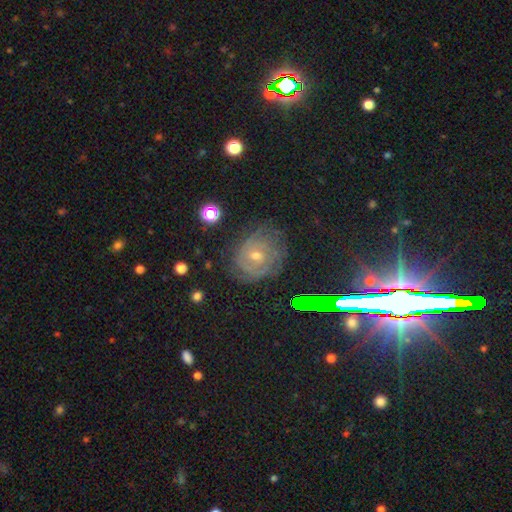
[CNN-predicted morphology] This appears to be a featured or disk galaxy (67%) with no bar (67%), tight (74%) spiral arms (87%) and a small central bulge (52%). Merging: none (74%).